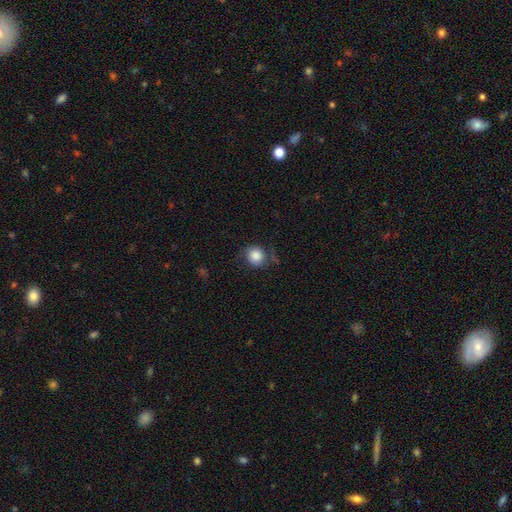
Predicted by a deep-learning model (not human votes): A smooth galaxy with no disk features (78%) that is round (82%). Merging: none (64%).